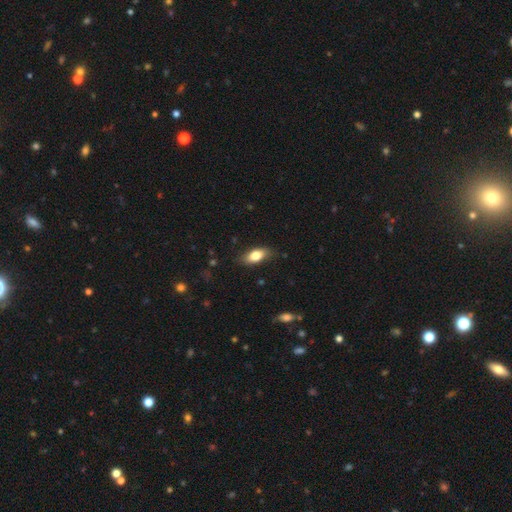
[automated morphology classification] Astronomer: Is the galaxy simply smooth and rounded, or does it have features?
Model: smooth — 79%.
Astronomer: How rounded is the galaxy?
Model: in between — 85%.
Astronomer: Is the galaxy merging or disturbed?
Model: none — 80%.